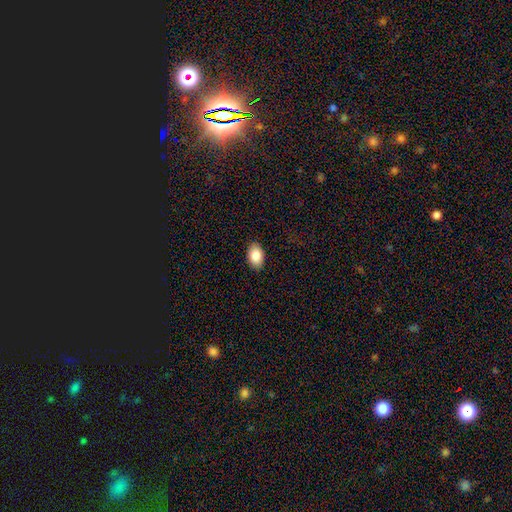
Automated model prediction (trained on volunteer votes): This appears to be a smooth galaxy with no disk features (87%) that is in between round and cigar-shaped (89%). Merging: none (89%).